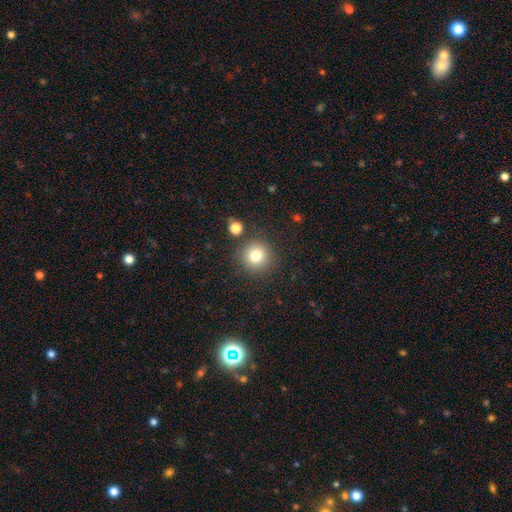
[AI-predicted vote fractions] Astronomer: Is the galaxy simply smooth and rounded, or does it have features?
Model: smooth — 80%.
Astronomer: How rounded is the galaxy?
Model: round — 93%.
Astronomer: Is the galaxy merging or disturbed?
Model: none — 84%.